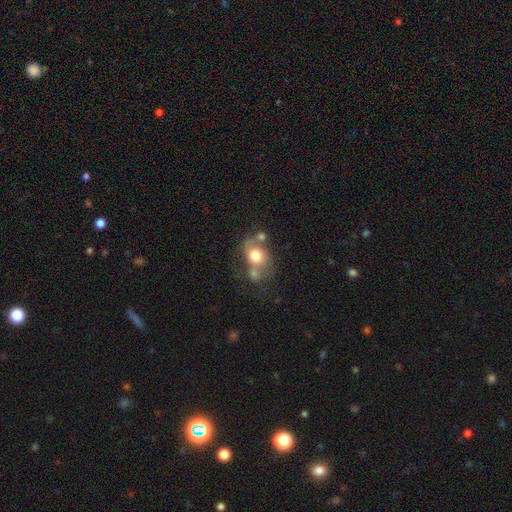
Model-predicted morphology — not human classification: Smooth or featured: smooth — 64% (featured or disk — 28%)
How rounded: in between — 50% (round — 48%)
Merging: merger — 35% (none — 34%)